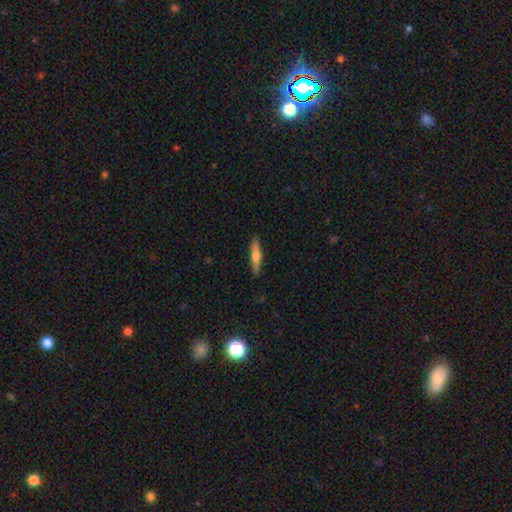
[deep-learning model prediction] The model was most divided on "smooth or featured": smooth: 60%, featured or disk: 34%, star or artifact: 6%. More confident: merging — none (88%); how rounded — cigar-shaped (79%).